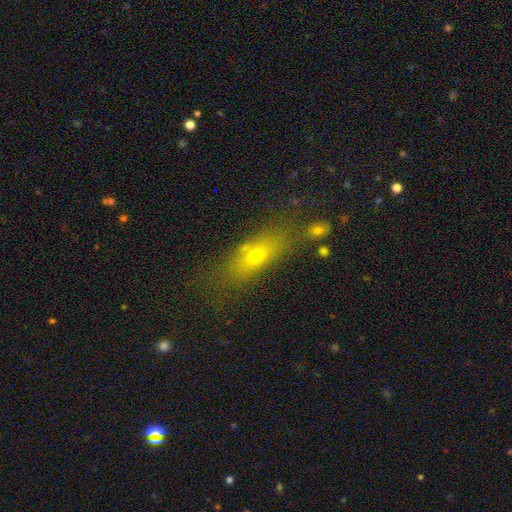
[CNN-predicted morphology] Smooth or featured: smooth — 62% (featured or disk — 22%)
How rounded: in between — 56% (cigar-shaped — 35%)
Merging: none — 65% (minor disturbance — 17%)